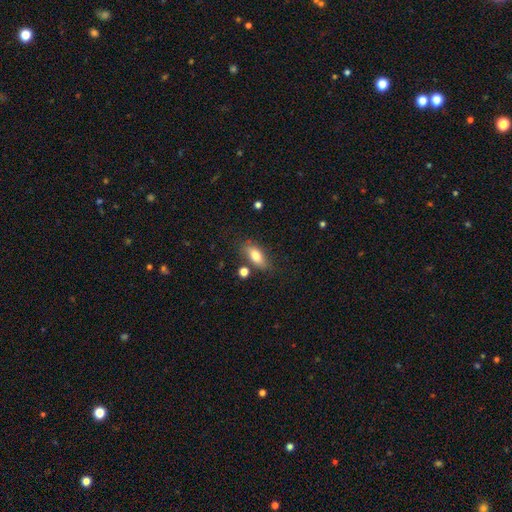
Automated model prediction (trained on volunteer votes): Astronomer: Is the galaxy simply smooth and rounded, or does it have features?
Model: smooth — 76%.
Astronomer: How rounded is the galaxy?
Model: in between — 80%.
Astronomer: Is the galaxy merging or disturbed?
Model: none — 74%.